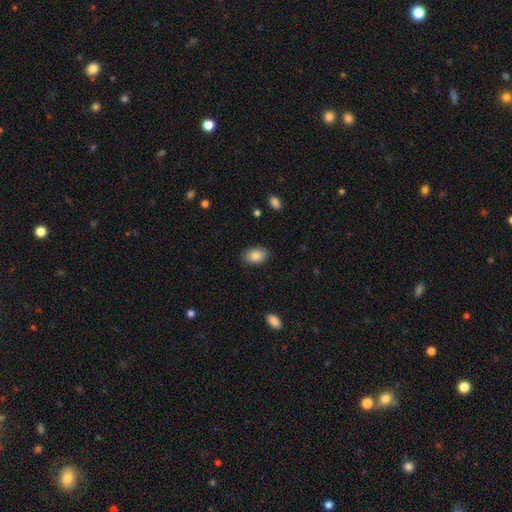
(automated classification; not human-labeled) Q: Smooth or featured?
A: smooth (86%); runner-up: featured or disk (7%)
Q: How rounded?
A: in between (88%); runner-up: round (11%)
Q: Merging?
A: none (86%); runner-up: minor disturbance (10%)